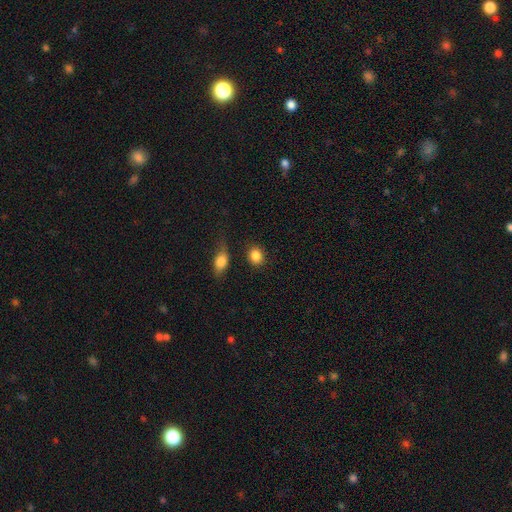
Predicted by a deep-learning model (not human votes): Smooth or featured? Predicted: smooth (p=0.86). How rounded? Predicted: round (p=0.65). Merging? Predicted: none (p=0.82).